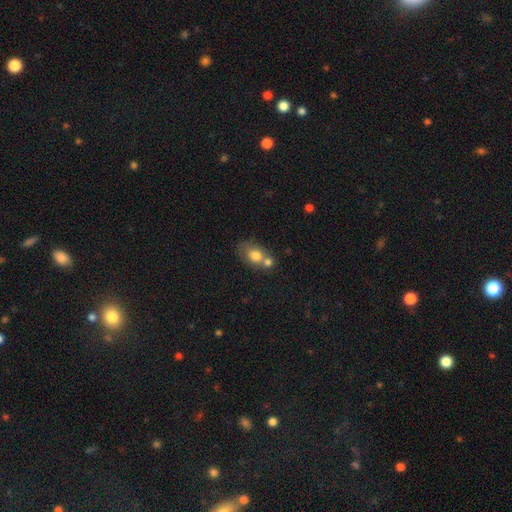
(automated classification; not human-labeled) Overall: smooth (75%). How rounded: in between (64%; round 34%). Merging: merger (50%; none 33%).